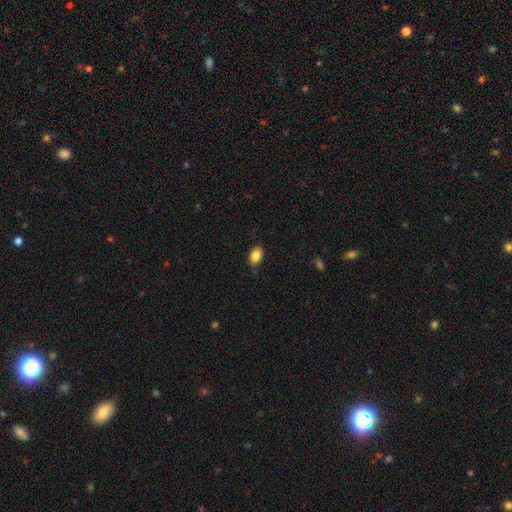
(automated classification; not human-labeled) This is clearly a smooth galaxy (85%). How rounded: clearly in between (88%). Merging: likely none (78%).